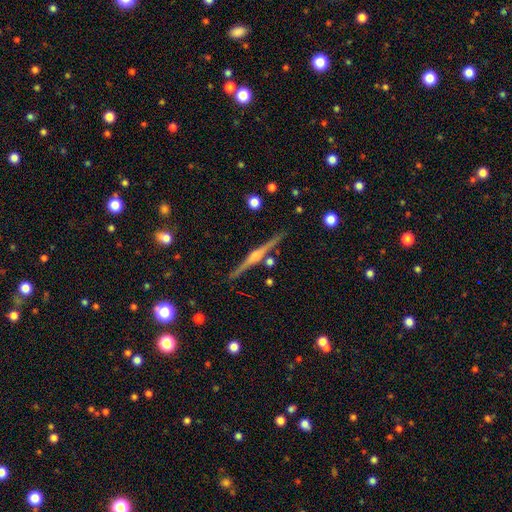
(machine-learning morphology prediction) featured or disk 82%, smooth 12%, star or artifact 6%. Down the decision tree: edge-on disk — yes (99%); edge-on bulge — rounded (84%); merging — none (89%).